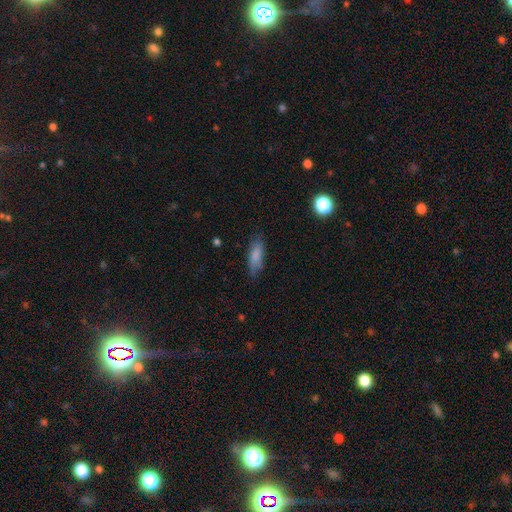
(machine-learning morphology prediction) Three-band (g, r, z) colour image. It shows a smooth galaxy with no disk features (82%) that is in between round and cigar-shaped (60%). Merging: none (73%).